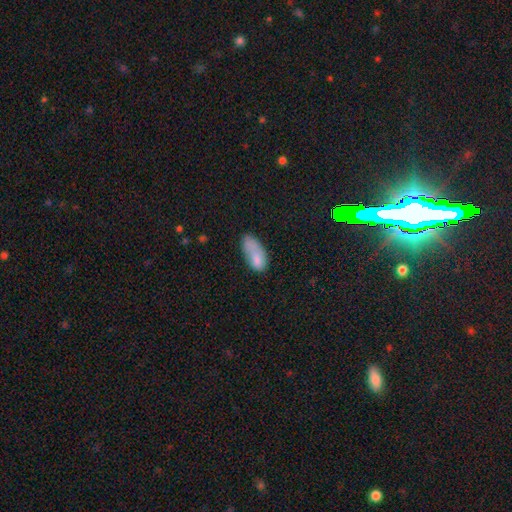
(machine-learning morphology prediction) A smooth galaxy with no disk features (77%) that is in between round and cigar-shaped (88%). Merging: none (32%).